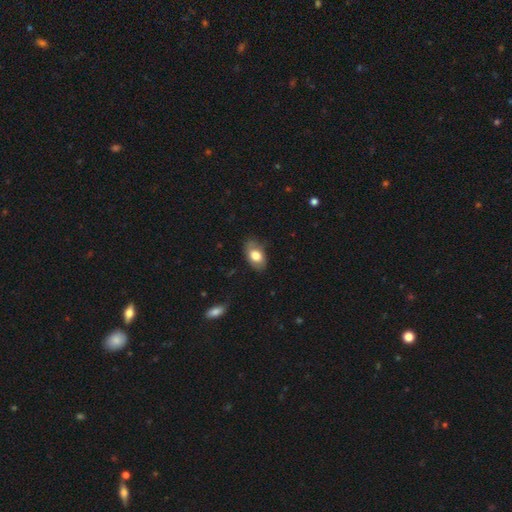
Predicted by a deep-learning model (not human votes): Smooth or featured?
  - smooth: 74% *
  - featured or disk: 20%
  - star or artifact: 7%
How rounded?
  - in between: 90% *
  - round: 8%
  - cigar-shaped: 1%
Merging?
  - none: 75% *
  - minor disturbance: 19%
  - major disturbance: 4%
  - merger: 1%